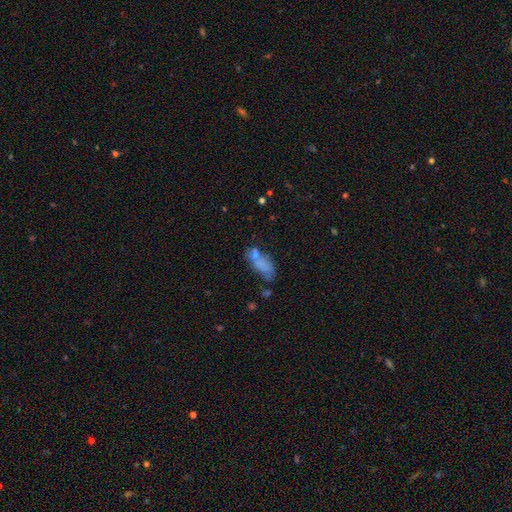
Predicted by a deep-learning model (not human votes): The model was most divided on "merging": none: 35%, merger: 27%, minor disturbance: 20%, major disturbance: 18%. More confident: how rounded — in between (76%); smooth or featured — smooth (61%).